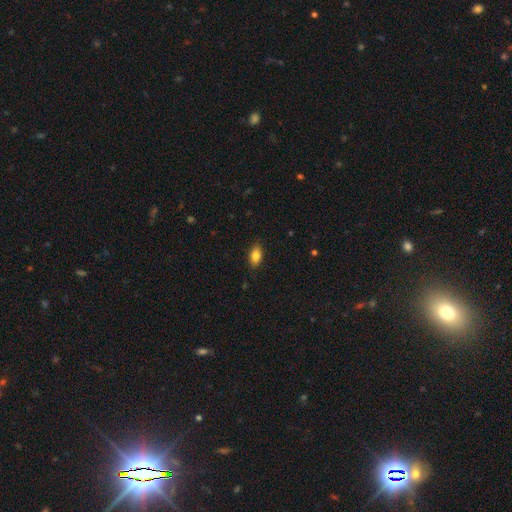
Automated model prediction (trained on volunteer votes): Smooth or featured? smooth (84%)
How rounded? in between (90%)
Merging? none (86%)